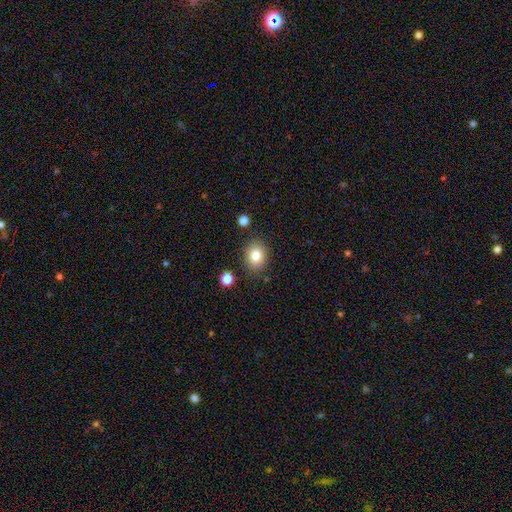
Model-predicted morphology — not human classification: A smooth galaxy with no disk features (82%) that is round (52%).

Vote fractions:
- Smooth or featured? smooth: 82% / star or artifact: 10% / featured or disk: 8%
- How rounded? round: 52% / in between: 47% / cigar-shaped: 1%
- Merging? none: 85% / minor disturbance: 10% / merger: 3% / major disturbance: 3%